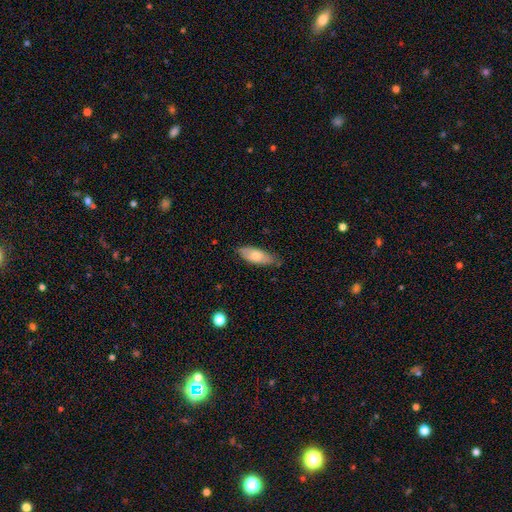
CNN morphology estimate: Q: Smooth or featured?
A: smooth (71%); runner-up: featured or disk (23%)
Q: How rounded?
A: in between (79%); runner-up: cigar-shaped (19%)
Q: Merging?
A: none (73%); runner-up: minor disturbance (22%)